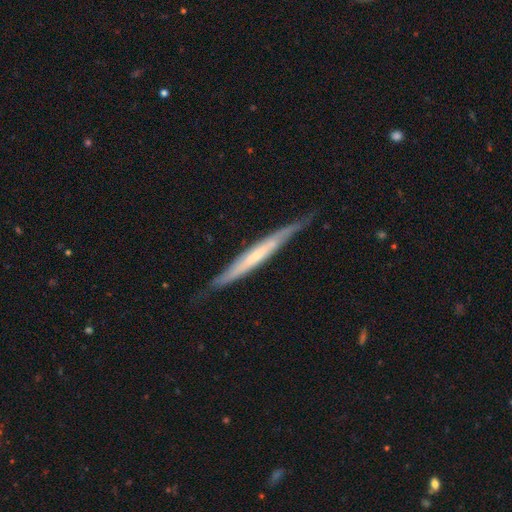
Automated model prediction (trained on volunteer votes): The model was most divided on "smooth or featured": featured or disk: 61%, smooth: 33%, star or artifact: 6%. More confident: edge-on disk — yes (89%); merging — none (78%); edge-on bulge — none (68%).